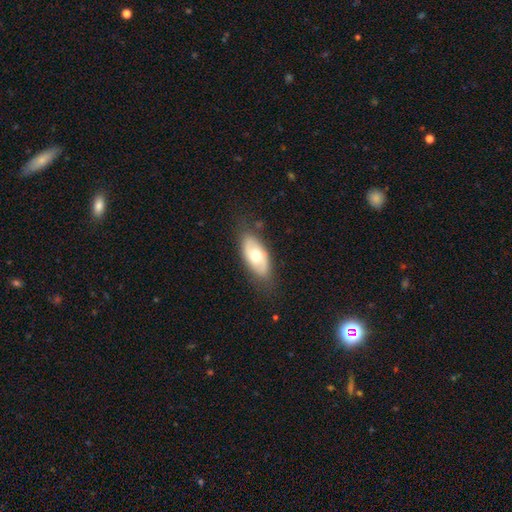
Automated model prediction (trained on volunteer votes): smooth_or_featured: smooth (p=0.54) [alt: featured or disk p=0.40]
how_rounded: in between (p=0.90) [alt: cigar-shaped p=0.06]
merging: none (p=0.78) [alt: minor disturbance p=0.16]